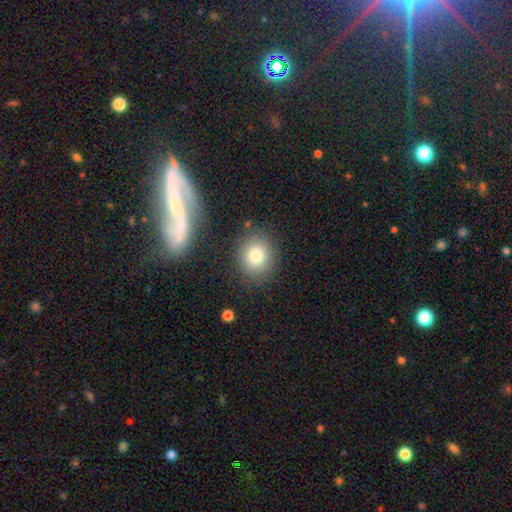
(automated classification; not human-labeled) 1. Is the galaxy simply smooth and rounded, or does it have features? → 80% smooth, 11% star or artifact, 9% featured or disk.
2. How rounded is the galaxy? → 70% round, 29% in between, 1% cigar-shaped.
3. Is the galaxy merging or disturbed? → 85% none, 9% minor disturbance, 3% major disturbance, 3% merger.